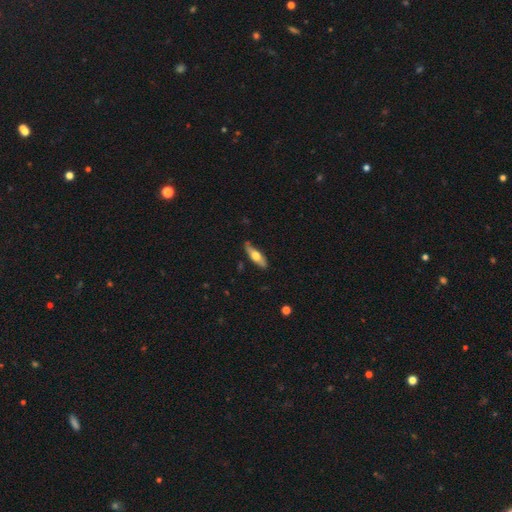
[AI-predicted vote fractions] smooth 52%, featured or disk 43%, star or artifact 5%. Down the decision tree: how rounded — cigar-shaped (56%); merging — none (81%).